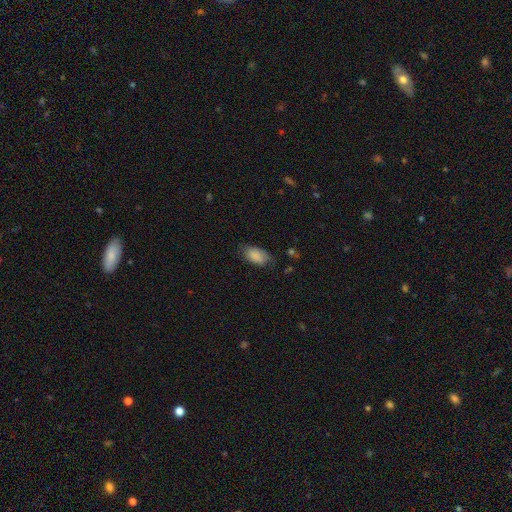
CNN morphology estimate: Smooth or featured?
  - smooth: 86% *
  - featured or disk: 7%
  - star or artifact: 7%
How rounded?
  - in between: 93% *
  - round: 4%
  - cigar-shaped: 3%
Merging?
  - none: 70% *
  - minor disturbance: 22%
  - major disturbance: 6%
  - merger: 1%